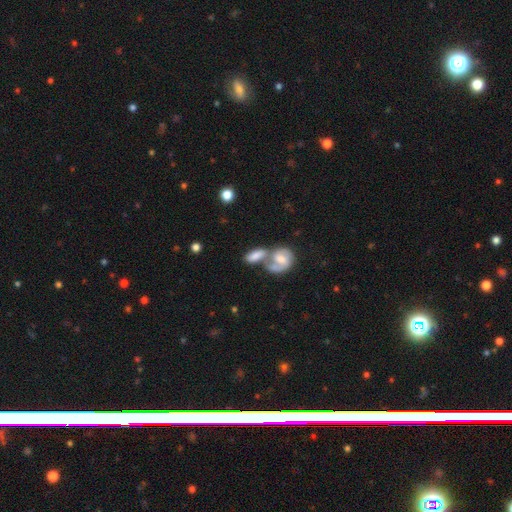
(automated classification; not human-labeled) A smooth galaxy with no disk features (65%) that is in between round and cigar-shaped (83%).

Vote fractions:
- Smooth or featured? smooth: 65% / featured or disk: 29% / star or artifact: 7%
- How rounded? in between: 83% / cigar-shaped: 9% / round: 8%
- Merging? merger: 63% / none: 22% / minor disturbance: 9% / major disturbance: 6%